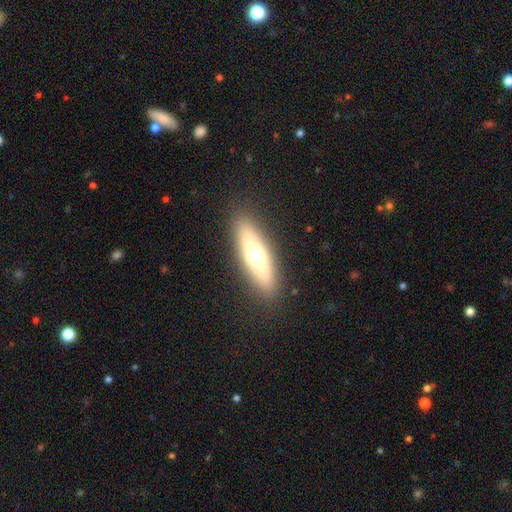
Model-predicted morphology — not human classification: The model was most divided on "smooth or featured": smooth: 55%, featured or disk: 39%, star or artifact: 7%. More confident: merging — none (88%); how rounded — cigar-shaped (61%).